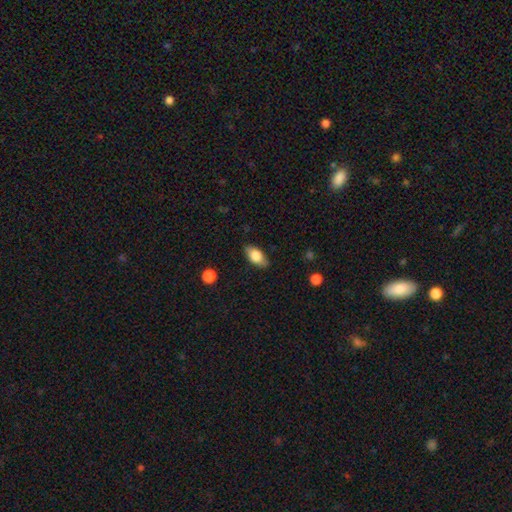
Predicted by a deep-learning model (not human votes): Smooth or featured: smooth — 79% (featured or disk — 14%)
How rounded: in between — 91% (cigar-shaped — 6%)
Merging: none — 85% (minor disturbance — 12%)